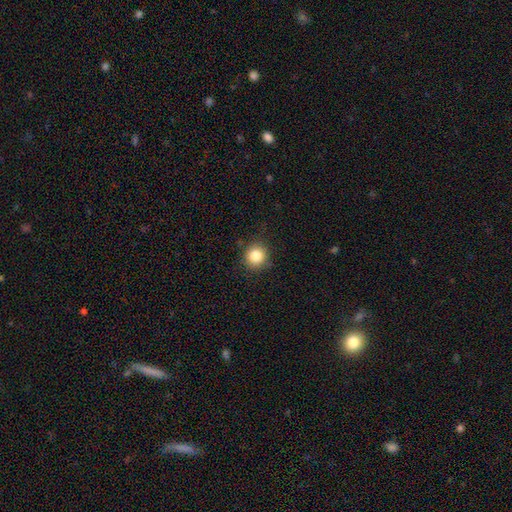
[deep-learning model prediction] A smooth galaxy with no disk features (84%) that is round (90%).

Vote fractions:
- Smooth or featured? smooth: 84% / star or artifact: 11% / featured or disk: 6%
- How rounded? round: 90% / in between: 9% / cigar-shaped: 1%
- Merging? none: 87% / minor disturbance: 9% / major disturbance: 2% / merger: 1%